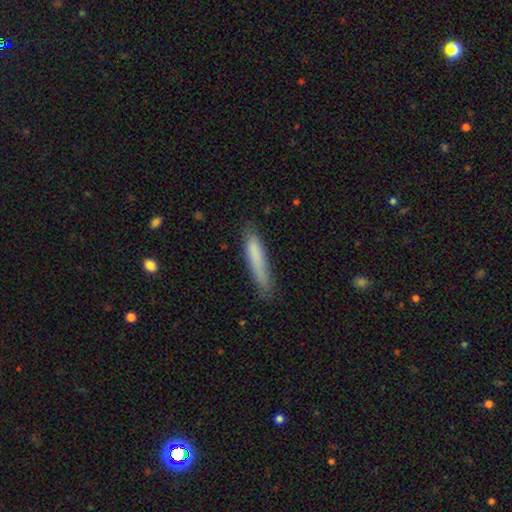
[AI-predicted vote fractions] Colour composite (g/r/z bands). It shows a smooth galaxy with no disk features (79%) that is cigar-shaped (91%). Merging: none (76%).